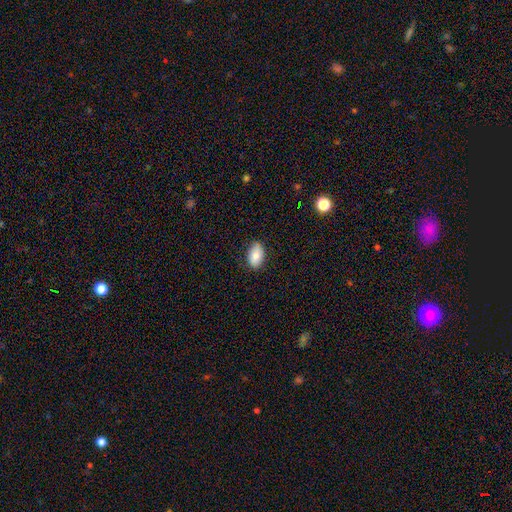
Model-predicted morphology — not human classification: smooth-or-featured: smooth: 79% | featured or disk: 14% | star or artifact: 7%
  how-rounded: in between: 91% | round: 7% | cigar-shaped: 1%
  merging: none: 83% | minor disturbance: 13% | major disturbance: 2% | merger: 1%